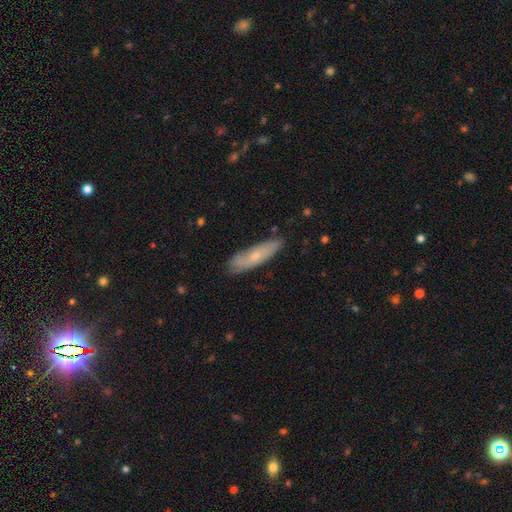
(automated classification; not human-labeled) Smooth or featured? Predicted: smooth (p=0.53). How rounded? Predicted: cigar-shaped (p=0.65). Merging? Predicted: none (p=0.79).